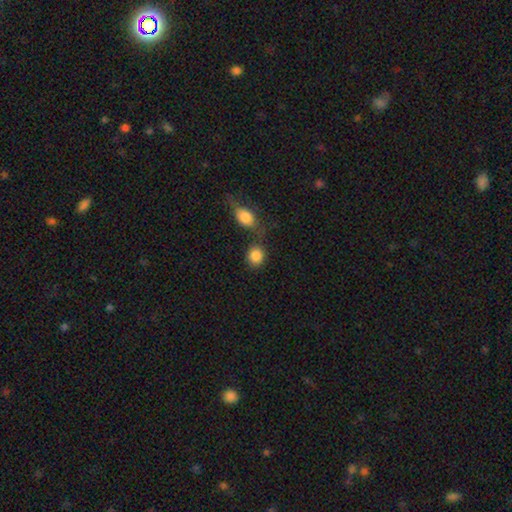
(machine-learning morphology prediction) A smooth galaxy with no disk features (86%) that is round (80%).

Vote fractions:
- Smooth or featured? smooth: 86% / star or artifact: 9% / featured or disk: 5%
- How rounded? round: 80% / in between: 18% / cigar-shaped: 1%
- Merging? none: 62% / merger: 23% / minor disturbance: 10% / major disturbance: 5%